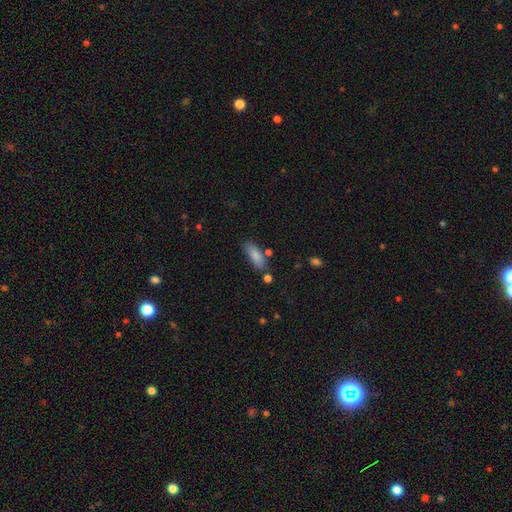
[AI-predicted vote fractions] Smooth or featured?
  - smooth: 84% *
  - featured or disk: 9%
  - star or artifact: 7%
How rounded?
  - in between: 73% *
  - cigar-shaped: 25%
  - round: 2%
Merging?
  - none: 74% *
  - minor disturbance: 16%
  - merger: 7%
  - major disturbance: 4%